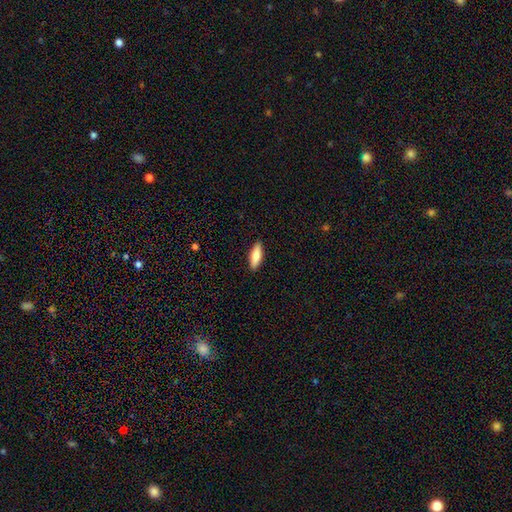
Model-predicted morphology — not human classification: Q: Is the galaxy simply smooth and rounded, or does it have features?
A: smooth — 76%.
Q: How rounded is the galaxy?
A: in between — 53%.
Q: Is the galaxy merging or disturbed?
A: none — 90%.